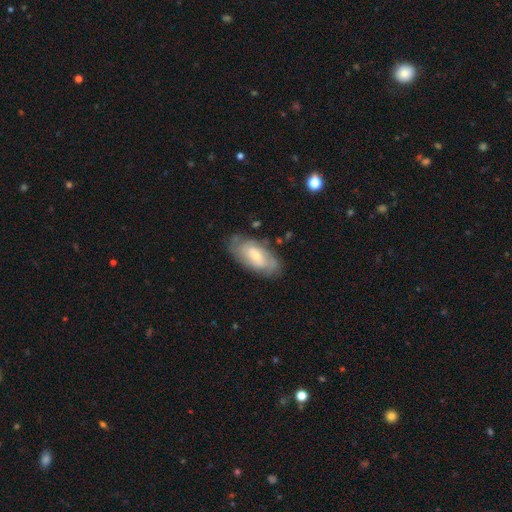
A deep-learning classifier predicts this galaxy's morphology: Q: Smooth or featured?
A: featured or disk (55%); runner-up: smooth (38%)
Q: Edge-on disk?
A: no (91%); runner-up: yes (9%)
Q: Bar?
A: no (51%); runner-up: weak (39%)
Q: Spiral arms?
A: yes (75%); runner-up: no (25%)
Q: Bulge size?
A: small (55%); runner-up: moderate (37%)
Q: Merging?
A: none (72%); runner-up: minor disturbance (20%)